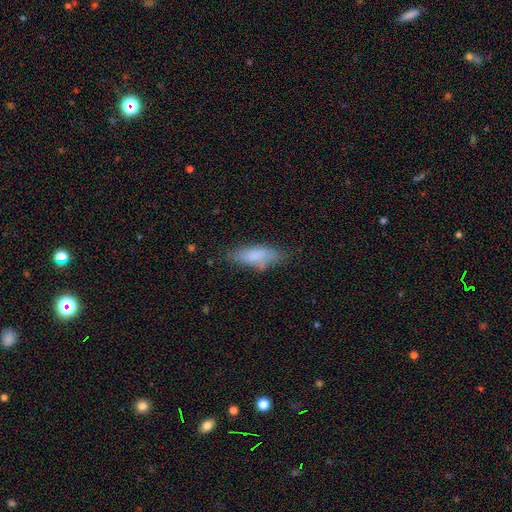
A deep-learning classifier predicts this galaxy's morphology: type=smooth (80%); roundness=in between (69%); merging=none (61%).